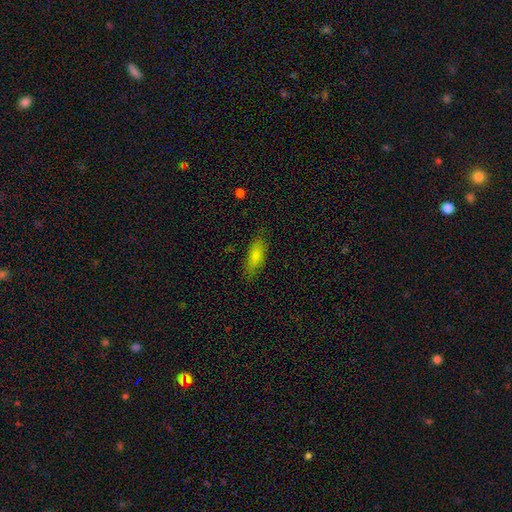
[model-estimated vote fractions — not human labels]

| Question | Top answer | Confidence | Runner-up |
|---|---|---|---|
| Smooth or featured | smooth | 82% | featured or disk (11%) |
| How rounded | in between | 72% | cigar-shaped (26%) |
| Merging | none | 81% | minor disturbance (14%) |